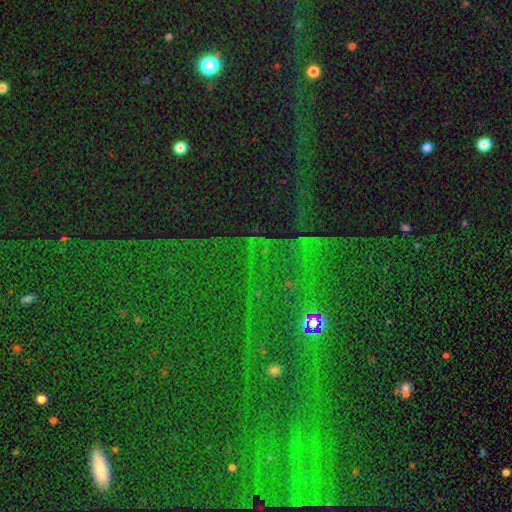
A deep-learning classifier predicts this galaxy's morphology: Overall: star or artifact (84%).